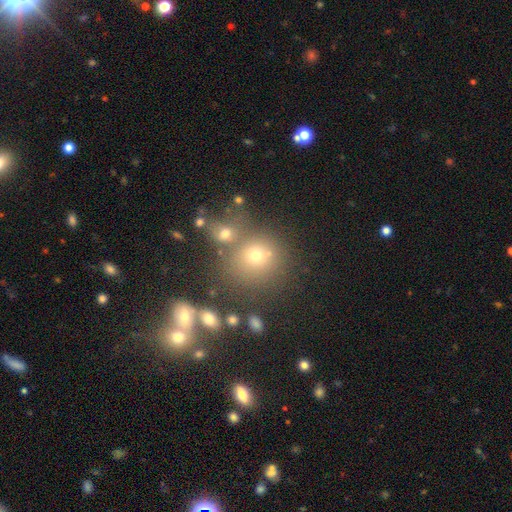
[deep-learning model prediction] The model was most divided on "merging": none: 60%, merger: 23%, minor disturbance: 11%, major disturbance: 6%. More confident: how rounded — round (84%); smooth or featured — smooth (63%).